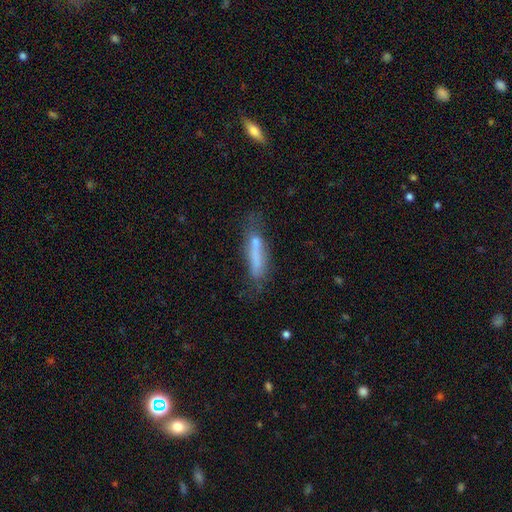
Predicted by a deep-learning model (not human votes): A smooth galaxy with no disk features (59%) that is cigar-shaped (82%). Merging: none (52%).